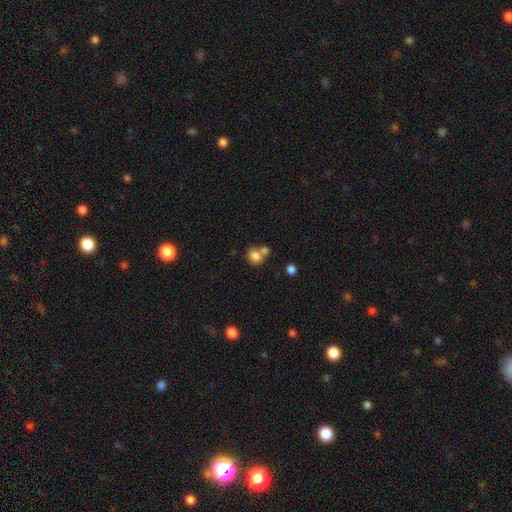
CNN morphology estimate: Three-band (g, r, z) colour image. It shows a smooth galaxy with no disk features (81%) that is round (57%). Merging: merger (43%, tied with none).